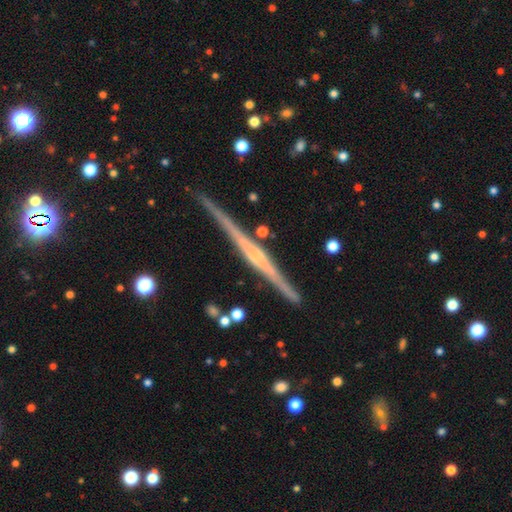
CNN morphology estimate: type=featured or disk (82%); edge-on=yes (98%); edge-on bulge=rounded (52%); merging=none (87%).